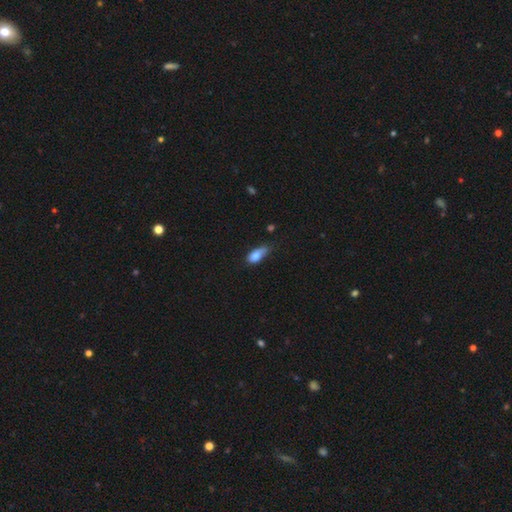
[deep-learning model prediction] A smooth galaxy with no disk features (79%) that is in between round and cigar-shaped (83%). Merging: minor disturbance (45%).